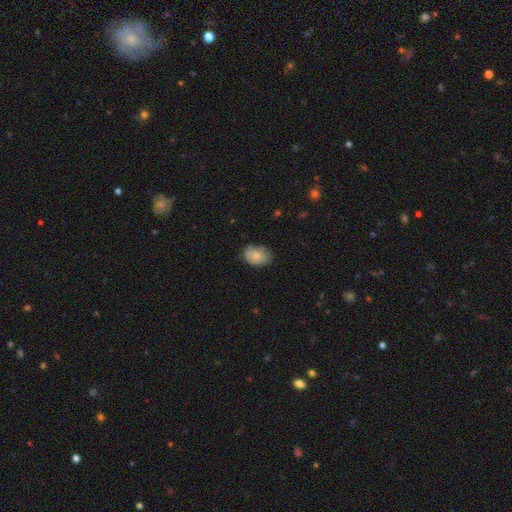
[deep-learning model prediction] Smooth or featured? Predicted: smooth (p=0.80). How rounded? Predicted: in between (p=0.74). Merging? Predicted: none (p=0.68).